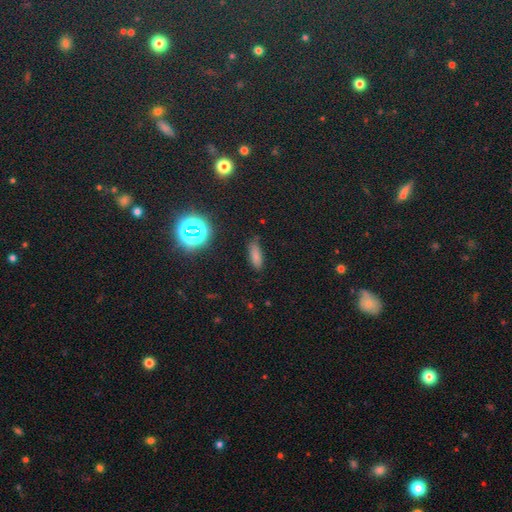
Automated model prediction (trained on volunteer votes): Smooth or featured: smooth — 73% (star or artifact — 18%)
How rounded: in between — 58% (cigar-shaped — 38%)
Merging: none — 79% (minor disturbance — 15%)